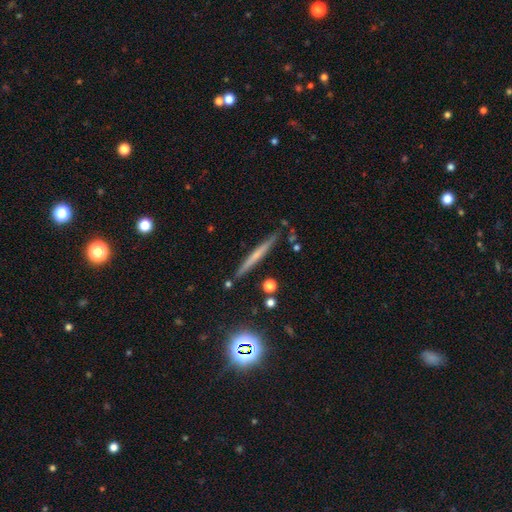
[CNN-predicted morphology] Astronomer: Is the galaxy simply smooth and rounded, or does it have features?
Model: featured or disk — 47% (runner-up: smooth, 42%).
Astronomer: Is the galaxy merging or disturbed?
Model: none — 86%.